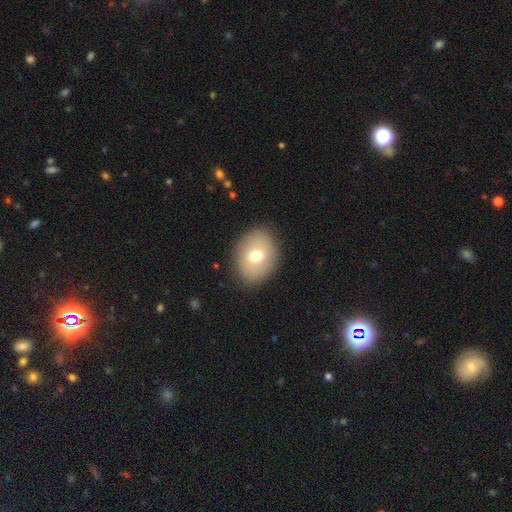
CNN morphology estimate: smooth_or_featured: smooth (p=0.70) [alt: featured or disk p=0.21]
how_rounded: in between (p=0.59) [alt: round p=0.40]
merging: none (p=0.86) [alt: minor disturbance p=0.09]